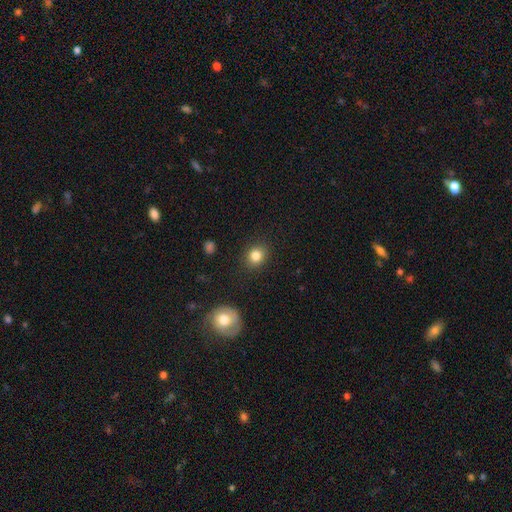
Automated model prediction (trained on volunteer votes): This is clearly a smooth galaxy (83%). How rounded: likely round (69%). Merging: clearly none (88%).